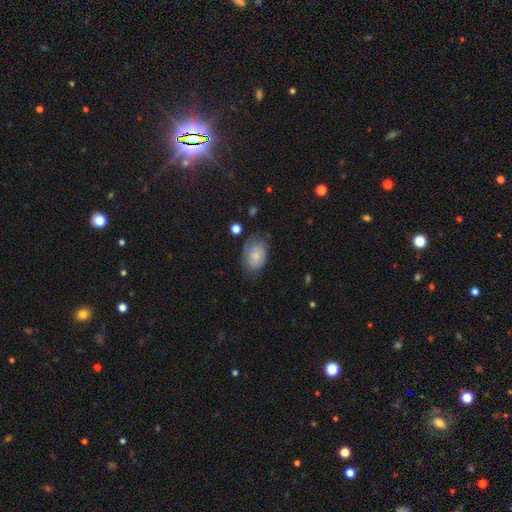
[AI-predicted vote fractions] A smooth galaxy with no disk features (73%) that is in between round and cigar-shaped (80%). Merging: none (57%).